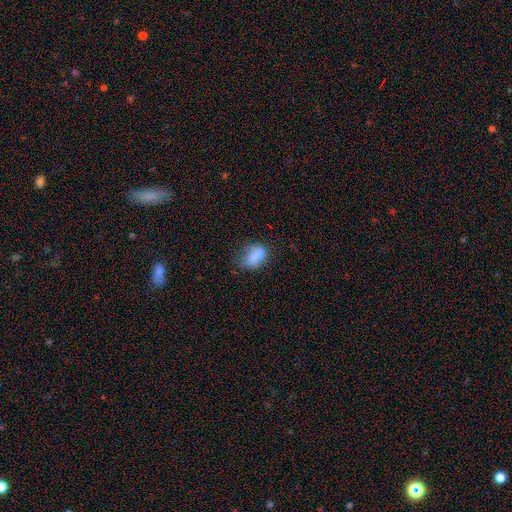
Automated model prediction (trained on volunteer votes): smooth 75%, featured or disk 15%, star or artifact 10%. Down the decision tree: how rounded — in between (81%); merging — none (50%).